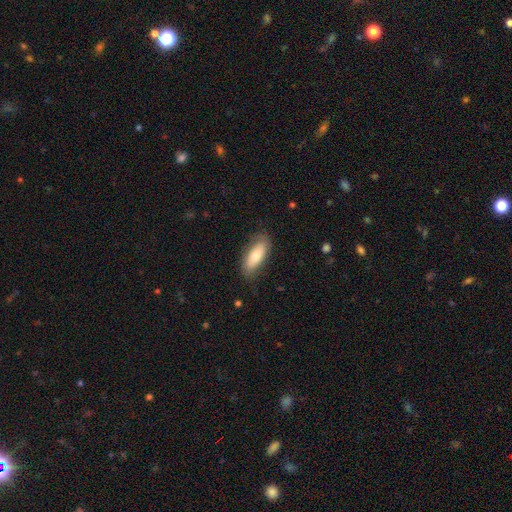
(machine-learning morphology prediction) Smooth or featured? smooth (73%)
How rounded? in between (76%)
Merging? none (79%)